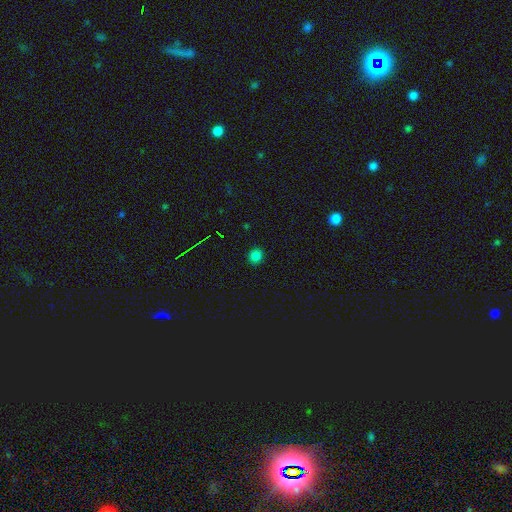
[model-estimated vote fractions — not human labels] Smooth or featured?
  - smooth: 80% *
  - star or artifact: 16%
  - featured or disk: 4%
How rounded?
  - round: 88% *
  - in between: 11%
  - cigar-shaped: 1%
Merging?
  - none: 91% *
  - minor disturbance: 6%
  - major disturbance: 2%
  - merger: 1%